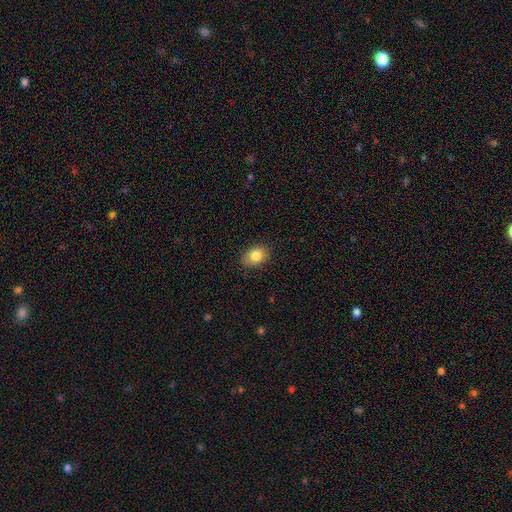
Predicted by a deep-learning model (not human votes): Morphology: type=smooth (83%); roundness=in between (76%); merging=none (86%).